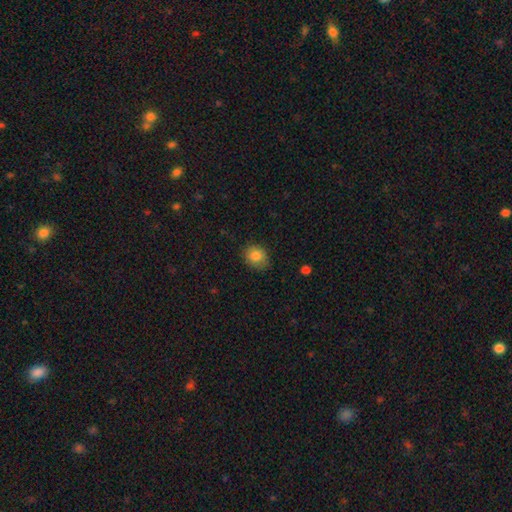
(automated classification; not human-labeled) Morphology: type=smooth (83%); roundness=round (62%); merging=none (80%).